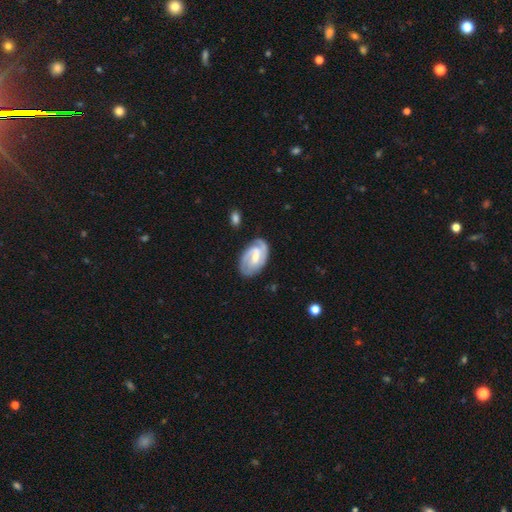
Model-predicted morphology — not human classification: A featured or disk galaxy (79%) with a weak bar (53%), 2 (57%) tight (55%) spiral arms (93%) and a moderate central bulge (47%). Merging: none (72%).